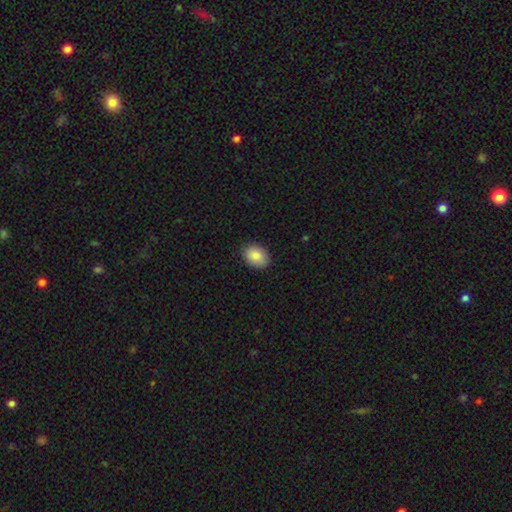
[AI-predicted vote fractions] Smooth or featured?
  - smooth: 87% *
  - star or artifact: 7%
  - featured or disk: 6%
How rounded?
  - in between: 77% *
  - round: 22%
  - cigar-shaped: 1%
Merging?
  - none: 87% *
  - minor disturbance: 10%
  - major disturbance: 2%
  - merger: 1%